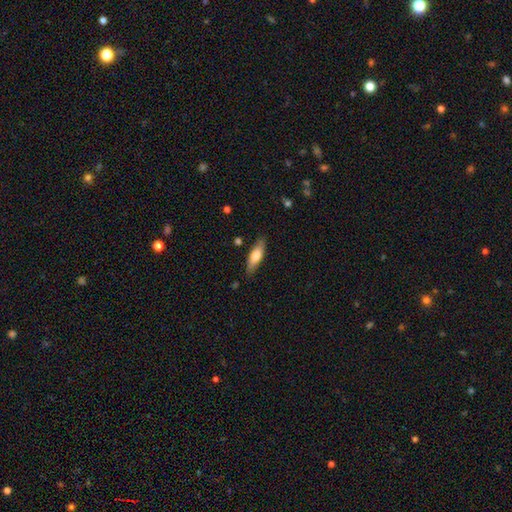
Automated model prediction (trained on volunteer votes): The model was most divided on "how rounded": in between: 50%, cigar-shaped: 48%, round: 2%. More confident: merging — none (80%); smooth or featured — smooth (69%).